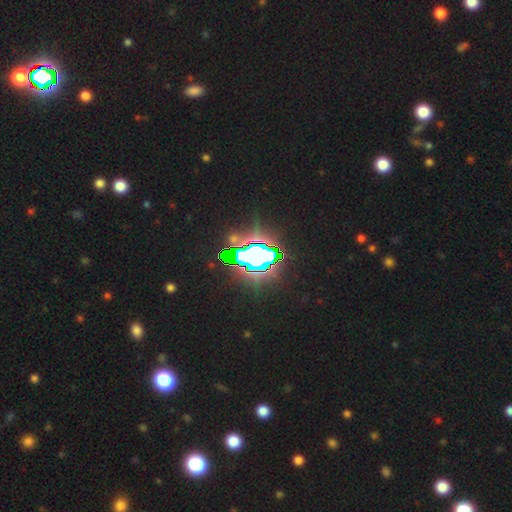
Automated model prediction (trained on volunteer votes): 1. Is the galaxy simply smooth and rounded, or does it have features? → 76% star or artifact, 13% smooth, 11% featured or disk.